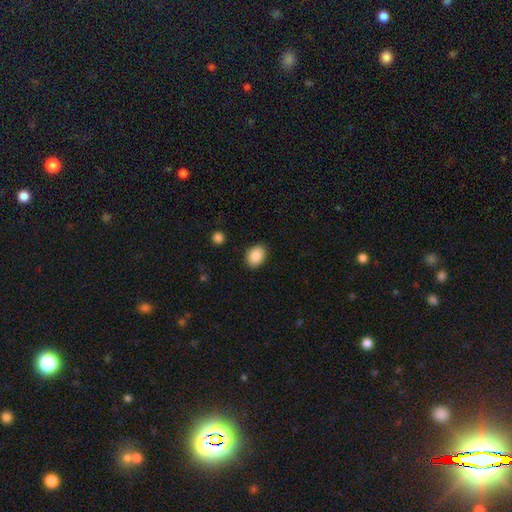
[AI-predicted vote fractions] Smooth or featured? Predicted: smooth (p=0.89). How rounded? Predicted: in between (p=0.72). Merging? Predicted: none (p=0.87).